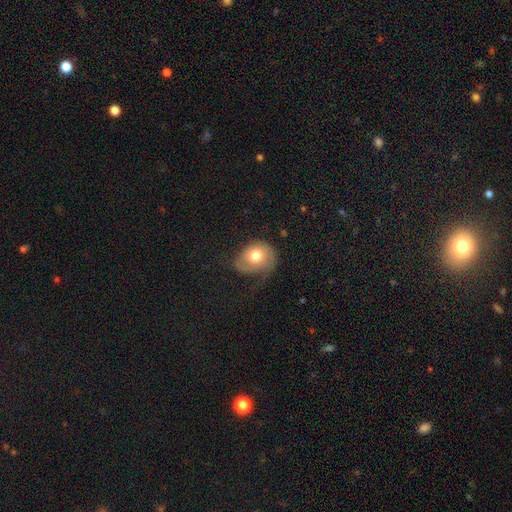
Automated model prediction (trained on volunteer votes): This is possibly a smooth galaxy (57%). How rounded: possibly round (54%). Merging: marginally none (39%).